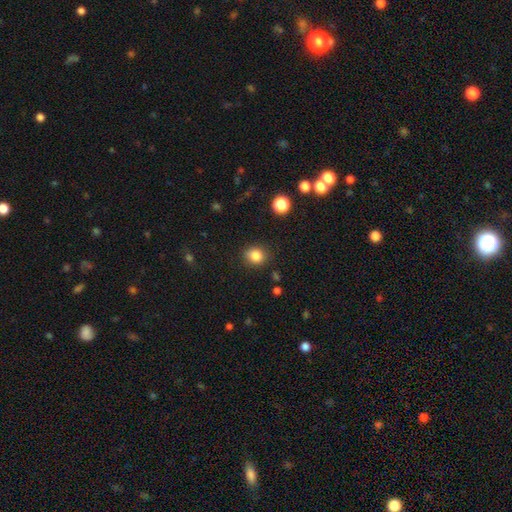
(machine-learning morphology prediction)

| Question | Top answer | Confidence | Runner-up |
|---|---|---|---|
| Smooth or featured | smooth | 84% | star or artifact (11%) |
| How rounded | round | 71% | in between (28%) |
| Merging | none | 86% | minor disturbance (10%) |